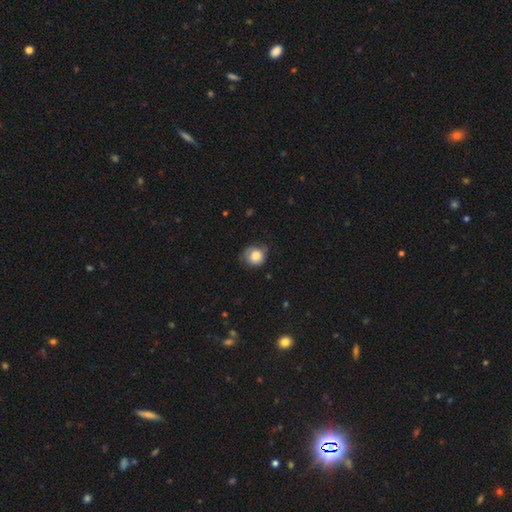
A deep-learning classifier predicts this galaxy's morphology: smooth 79%, featured or disk 12%, star or artifact 9%. Down the decision tree: how rounded — round (83%); merging — none (63%).